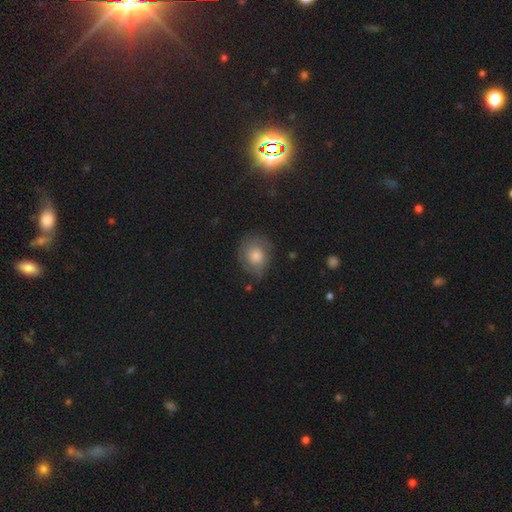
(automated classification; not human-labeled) Morphology: type=smooth (49%); merging=none (70%).